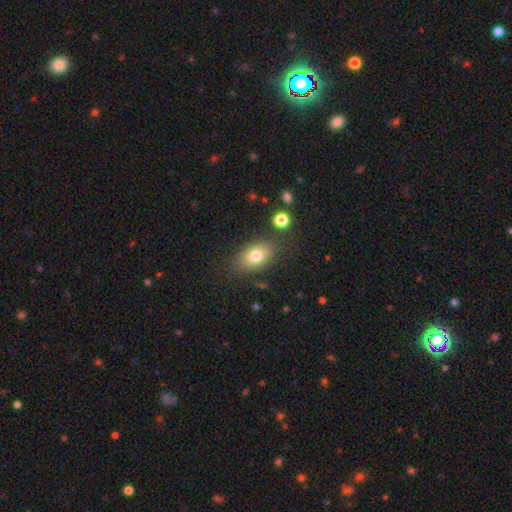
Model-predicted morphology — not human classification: A smooth galaxy with no disk features (77%) that is in between round and cigar-shaped (83%).

Vote fractions:
- Smooth or featured? smooth: 77% / featured or disk: 13% / star or artifact: 10%
- How rounded? in between: 83% / round: 16% / cigar-shaped: 2%
- Merging? none: 79% / minor disturbance: 13% / major disturbance: 5% / merger: 3%